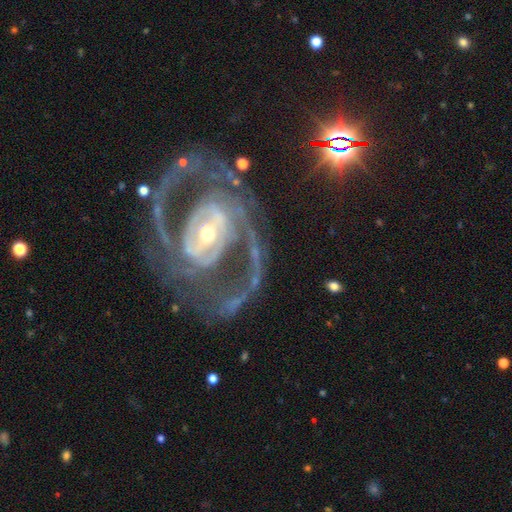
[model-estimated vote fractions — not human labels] Overall: featured or disk (91%). Edge-on disk: no (97%). Bar: strong (49%; weak 34%). Spiral arms: yes (96%). Spiral arm count: 2 (74%). Spiral winding: medium (52%; tight 26%). Bulge size: small (51%; moderate 42%). Merging: none (59%; major disturbance 23%).